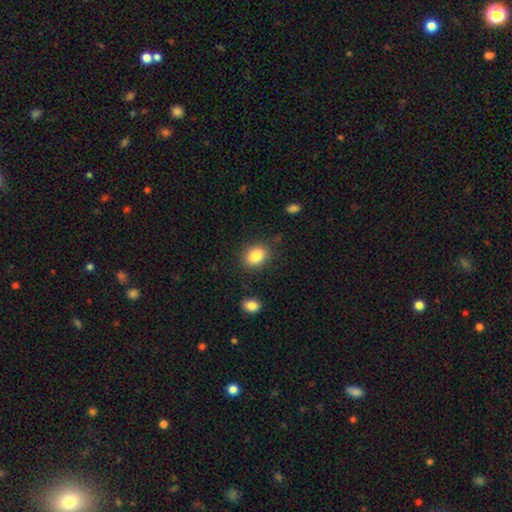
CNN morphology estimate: type=smooth (85%); roundness=in between (62%); merging=none (83%).